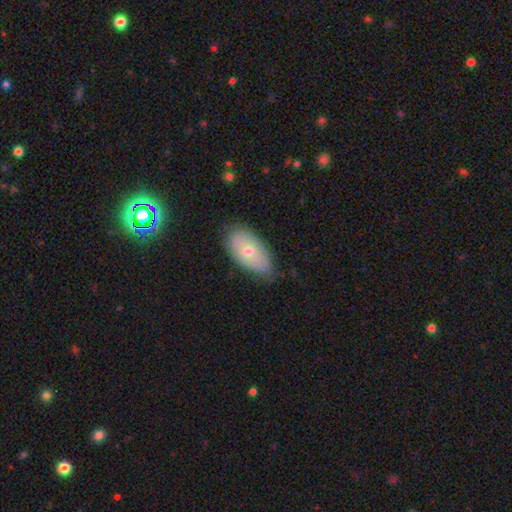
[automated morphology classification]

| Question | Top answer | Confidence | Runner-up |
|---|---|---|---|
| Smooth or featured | smooth | 56% | featured or disk (33%) |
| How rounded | in between | 92% | round (5%) |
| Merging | none | 73% | minor disturbance (22%) |